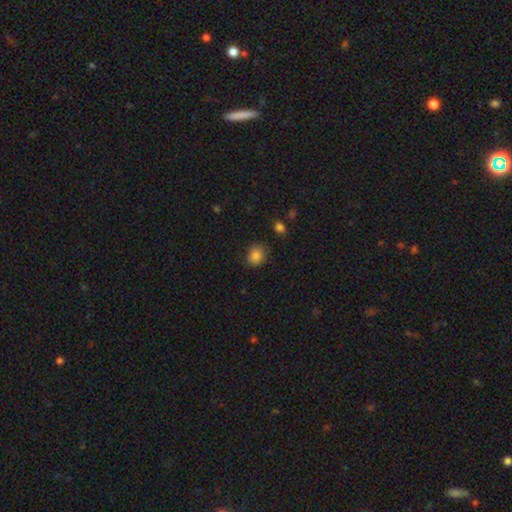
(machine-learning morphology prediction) smooth-or-featured: smooth: 85% | star or artifact: 10% | featured or disk: 5%
  how-rounded: round: 67% | in between: 33% | cigar-shaped: 1%
  merging: none: 80% | minor disturbance: 15% | major disturbance: 3% | merger: 2%